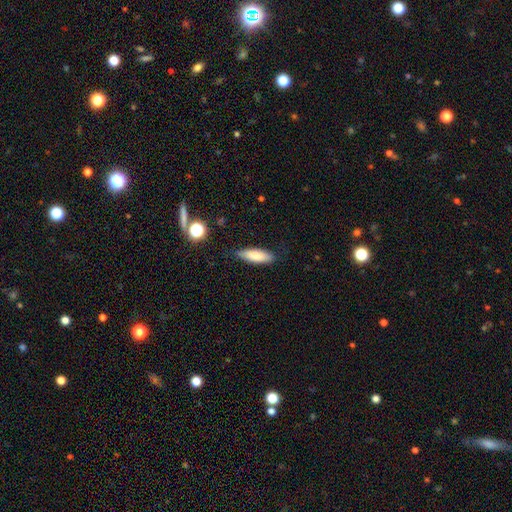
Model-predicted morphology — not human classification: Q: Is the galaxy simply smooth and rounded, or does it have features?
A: smooth — 81%.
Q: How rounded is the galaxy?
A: in between — 49%, tied with cigar-shaped.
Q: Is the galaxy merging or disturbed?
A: none — 83%.